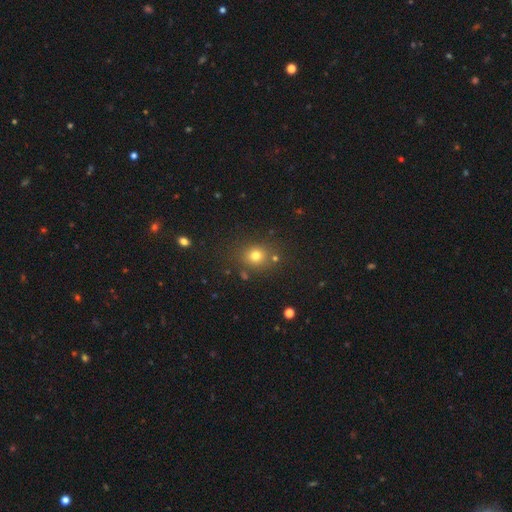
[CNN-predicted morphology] Overall: smooth (74%). How rounded: round (79%). Merging: none (80%).